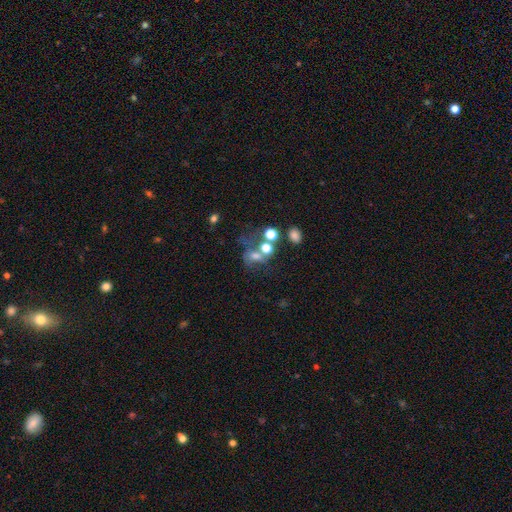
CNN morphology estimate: Overall: smooth (50%; featured or disk 27%). How rounded: round (50%; in between 48%). Merging: merger (35%; none 28%).